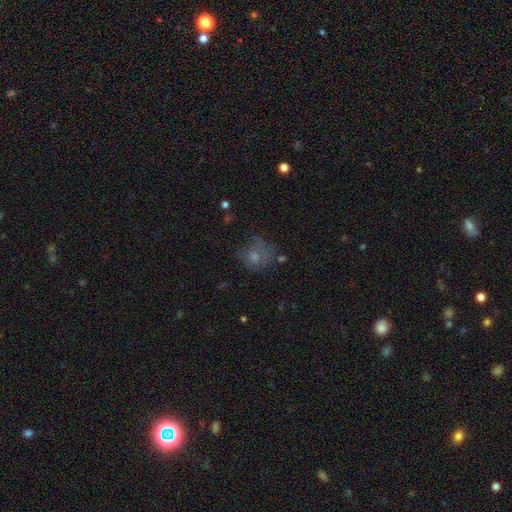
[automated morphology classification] smooth_or_featured: smooth (p=0.60) [alt: featured or disk p=0.25]
how_rounded: round (p=0.67) [alt: in between p=0.32]
merging: none (p=0.41) [alt: major disturbance p=0.29]